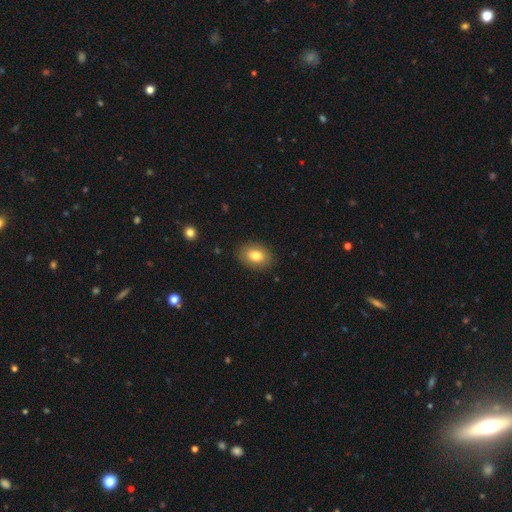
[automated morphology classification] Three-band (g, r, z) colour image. It shows a smooth galaxy with no disk features (80%) that is in between round and cigar-shaped (76%). Merging: none (87%).